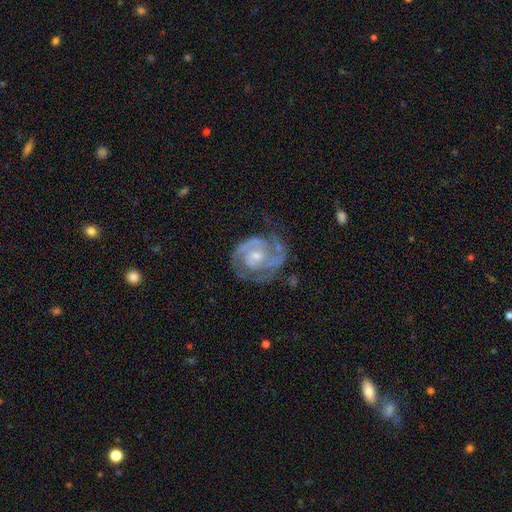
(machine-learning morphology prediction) This is clearly a featured or disk galaxy (89%). It is clearly not viewed edge-on (98%). Bar: possibly no (59%). Spiral arm pattern: clearly yes (97%). Spiral arm count: likely 2 (77%). Spiral winding: possibly tight (54%). Central bulge: possibly small (55%). Merging: likely none (67%).